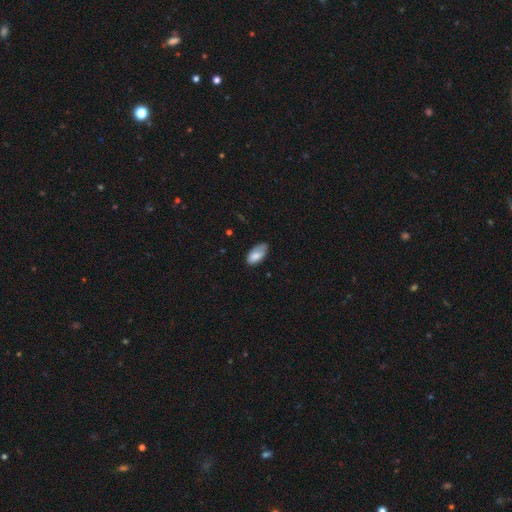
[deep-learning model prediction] smooth-or-featured: smooth: 78% | featured or disk: 15% | star or artifact: 7%
  how-rounded: in between: 93% | cigar-shaped: 5% | round: 3%
  merging: none: 53% | minor disturbance: 35% | major disturbance: 10% | merger: 2%